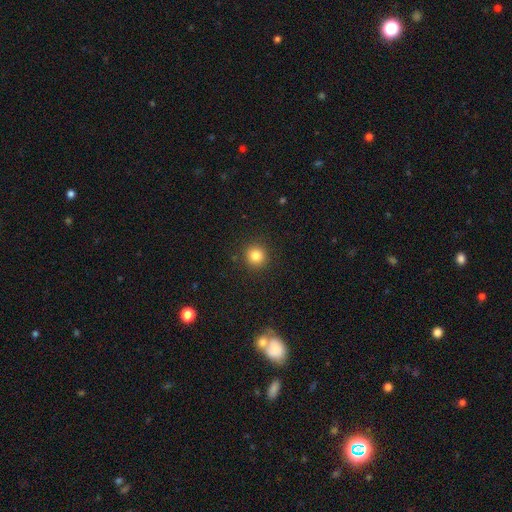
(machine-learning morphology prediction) A smooth galaxy with no disk features (82%) that is round (93%). Merging: none (91%).